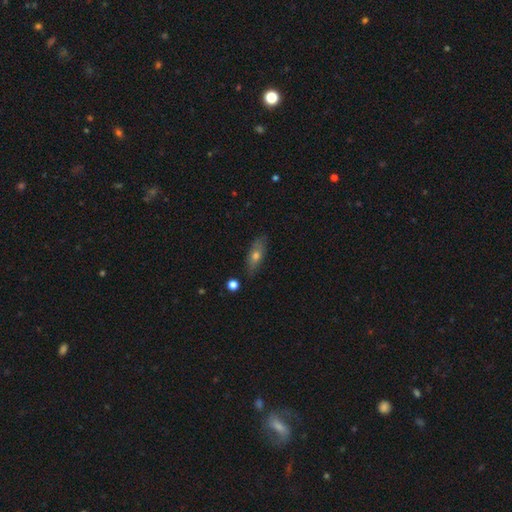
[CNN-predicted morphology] type=smooth (58%); roundness=in between (63%); merging=none (82%).